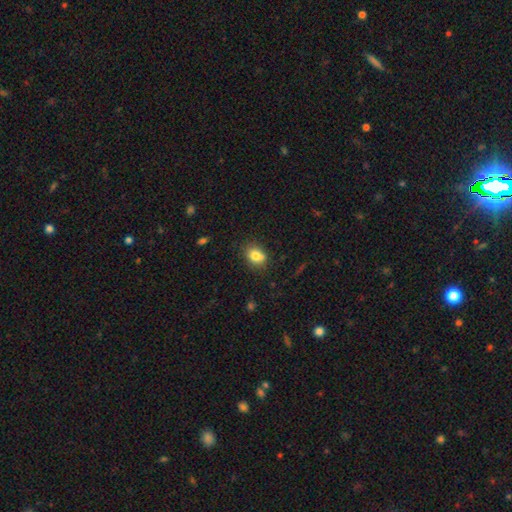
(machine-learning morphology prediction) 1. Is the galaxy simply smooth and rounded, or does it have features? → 79% smooth, 10% star or artifact, 10% featured or disk.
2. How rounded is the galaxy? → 56% in between, 43% round, 1% cigar-shaped.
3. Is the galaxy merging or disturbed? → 68% none, 18% minor disturbance, 10% merger, 4% major disturbance.